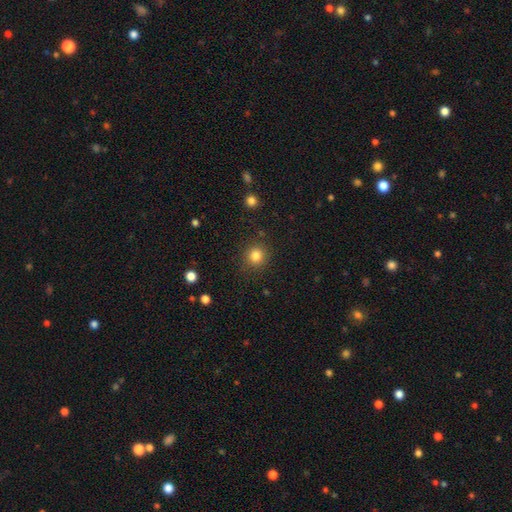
A smooth galaxy with no disk features (89%) that is round (88%). Merging: none (83%).